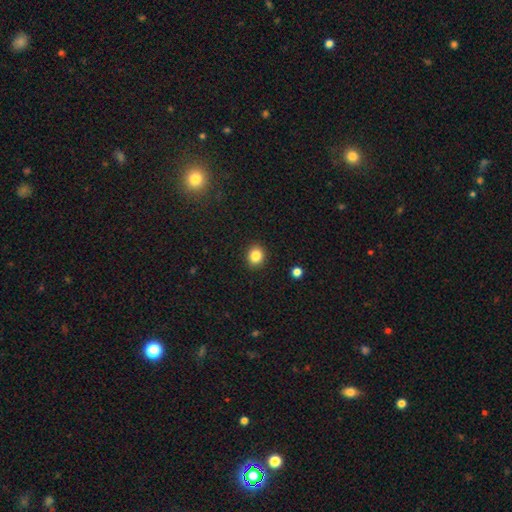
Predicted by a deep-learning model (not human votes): smooth 84%, star or artifact 11%, featured or disk 5%. Down the decision tree: how rounded — round (72%); merging — none (91%).